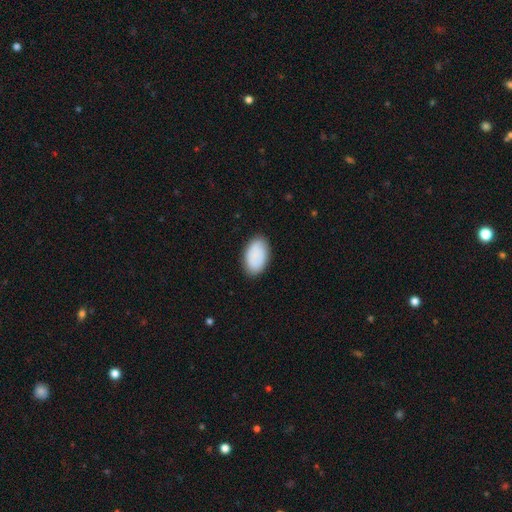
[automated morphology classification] Overall: smooth (82%). How rounded: in between (93%). Merging: none (83%).